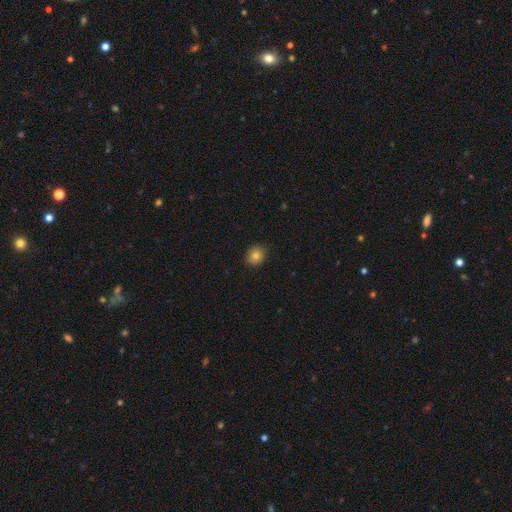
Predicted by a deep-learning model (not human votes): smooth 80%, star or artifact 11%, featured or disk 8%. Down the decision tree: how rounded — round (76%); merging — none (85%).